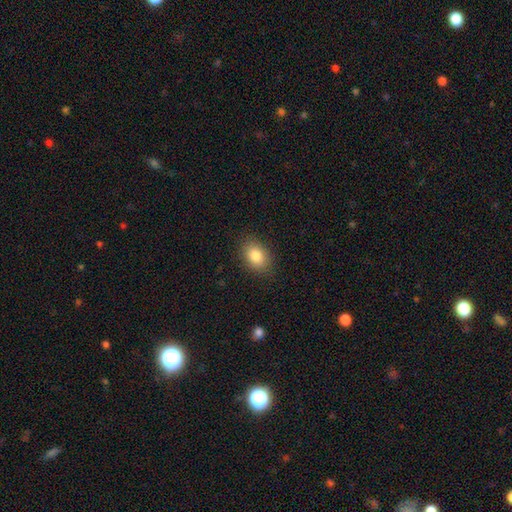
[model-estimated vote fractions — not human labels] A smooth galaxy with no disk features (84%) that is in between round and cigar-shaped (75%).

Vote fractions:
- Smooth or featured? smooth: 84% / star or artifact: 9% / featured or disk: 7%
- How rounded? in between: 75% / round: 23% / cigar-shaped: 1%
- Merging? none: 86% / minor disturbance: 10% / major disturbance: 3% / merger: 1%